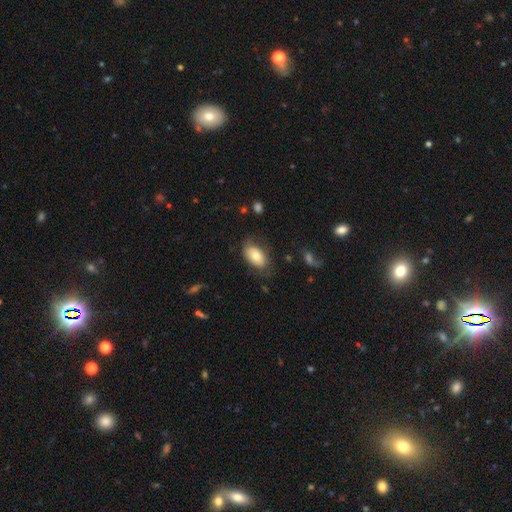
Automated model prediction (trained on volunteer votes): Smooth or featured: smooth — 74% (featured or disk — 19%)
How rounded: in between — 92% (round — 6%)
Merging: none — 71% (minor disturbance — 20%)